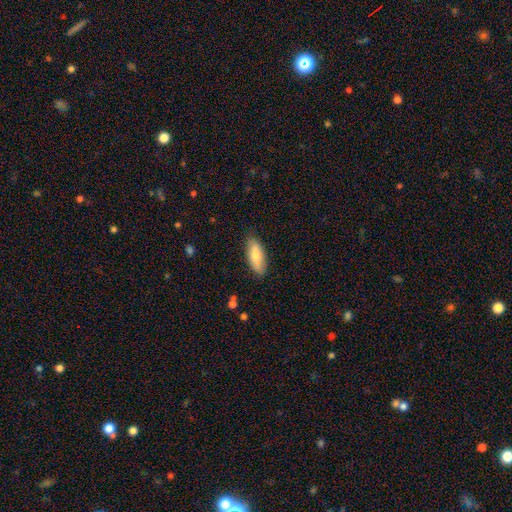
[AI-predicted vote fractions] Smooth or featured?
  - smooth: 75% *
  - featured or disk: 19%
  - star or artifact: 6%
How rounded?
  - in between: 73% *
  - cigar-shaped: 25%
  - round: 2%
Merging?
  - none: 83% *
  - minor disturbance: 13%
  - major disturbance: 2%
  - merger: 1%